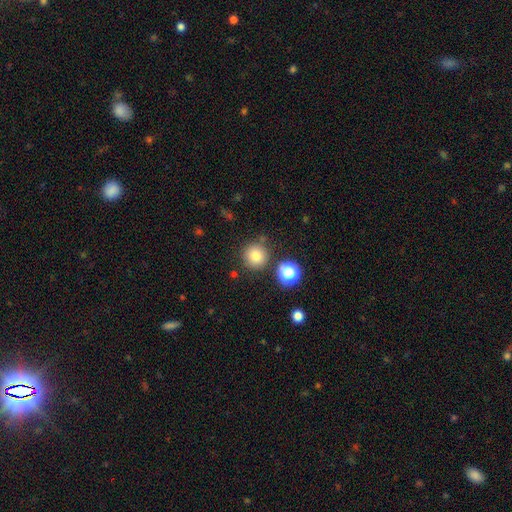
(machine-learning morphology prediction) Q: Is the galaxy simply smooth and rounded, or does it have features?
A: smooth — 79%.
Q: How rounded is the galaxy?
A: round — 94%.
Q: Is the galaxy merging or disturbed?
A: none — 82%.